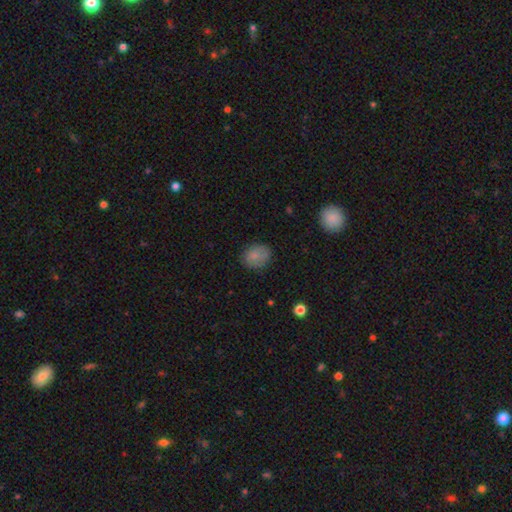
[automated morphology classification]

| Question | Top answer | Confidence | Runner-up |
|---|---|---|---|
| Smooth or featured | smooth | 81% | featured or disk (10%) |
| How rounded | round | 53% | in between (46%) |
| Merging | none | 78% | minor disturbance (17%) |